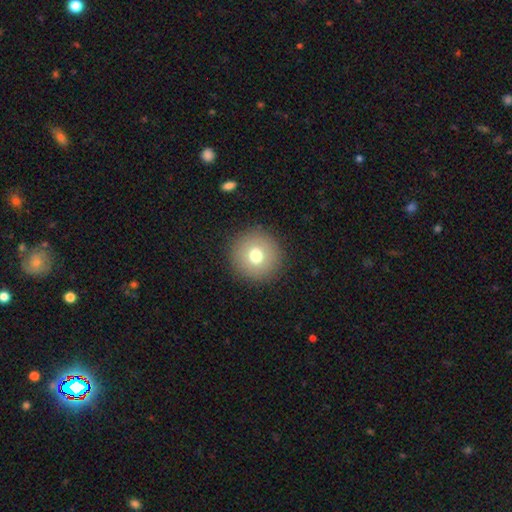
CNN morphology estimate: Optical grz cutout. It shows a smooth galaxy with no disk features (73%) that is round (95%). Merging: none (91%).